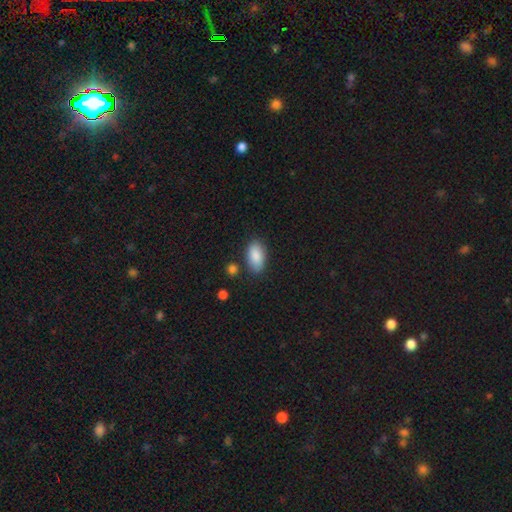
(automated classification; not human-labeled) Morphology: type=smooth (87%); roundness=in between (93%); merging=none (79%).